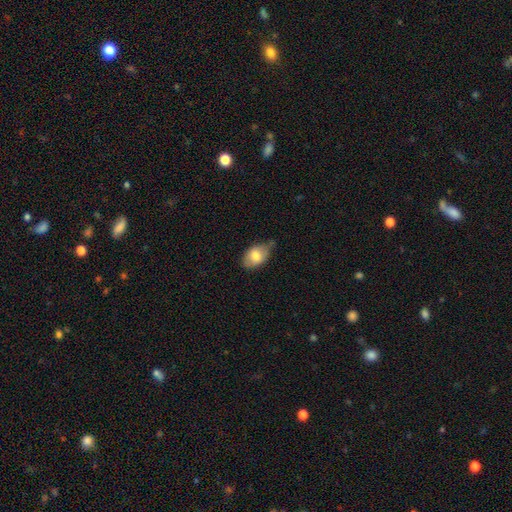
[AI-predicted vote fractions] Smooth or featured? Predicted: smooth (p=0.74). How rounded? Predicted: in between (p=0.88). Merging? Predicted: none (p=0.53).